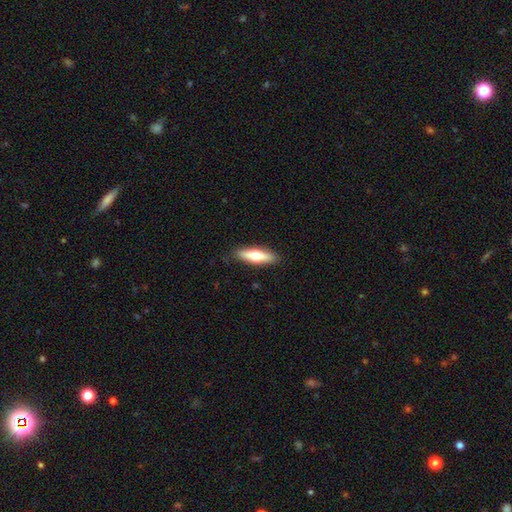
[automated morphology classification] A smooth galaxy with no disk features (55%) that is cigar-shaped (64%).

Vote fractions:
- Smooth or featured? smooth: 55% / featured or disk: 39% / star or artifact: 5%
- How rounded? cigar-shaped: 64% / in between: 34% / round: 2%
- Merging? none: 89% / minor disturbance: 8% / major disturbance: 2% / merger: 1%